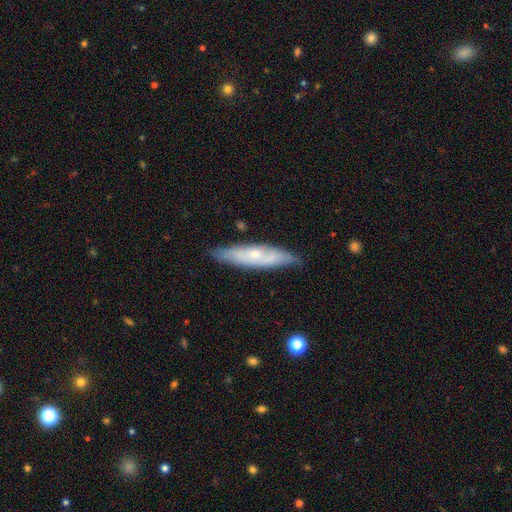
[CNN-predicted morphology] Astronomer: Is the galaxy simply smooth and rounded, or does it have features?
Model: featured or disk — 50% (runner-up: smooth, 44%).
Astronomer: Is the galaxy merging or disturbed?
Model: none — 80%.